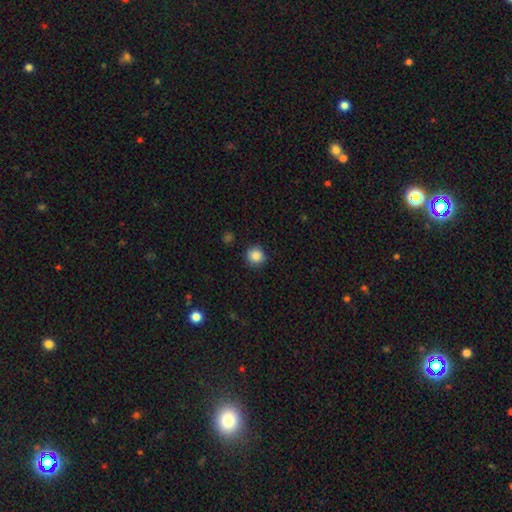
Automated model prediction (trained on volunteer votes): Smooth or featured?
  - smooth: 86% *
  - star or artifact: 10%
  - featured or disk: 4%
How rounded?
  - round: 94% *
  - in between: 5%
  - cigar-shaped: 1%
Merging?
  - none: 88% *
  - minor disturbance: 8%
  - major disturbance: 2%
  - merger: 1%